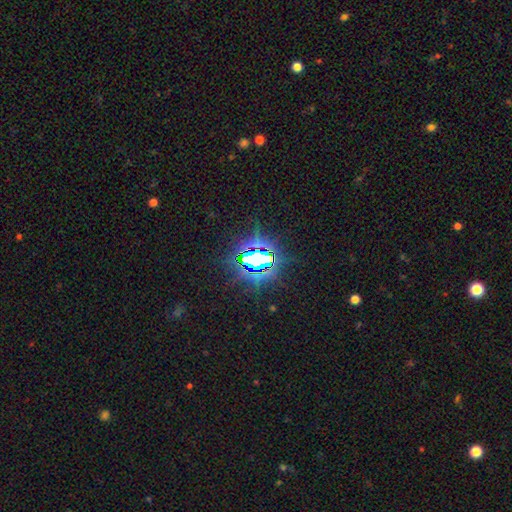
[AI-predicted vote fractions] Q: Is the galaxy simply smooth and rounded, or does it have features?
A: star or artifact — 82%.